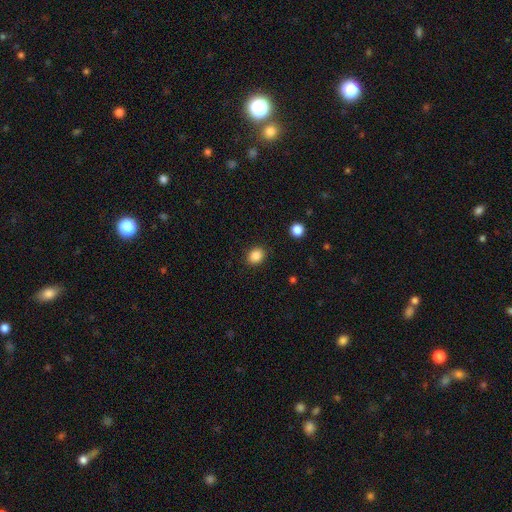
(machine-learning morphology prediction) The model was most divided on "how rounded": round: 60%, in between: 39%, cigar-shaped: 1%. More confident: merging — none (89%); smooth or featured — smooth (86%).